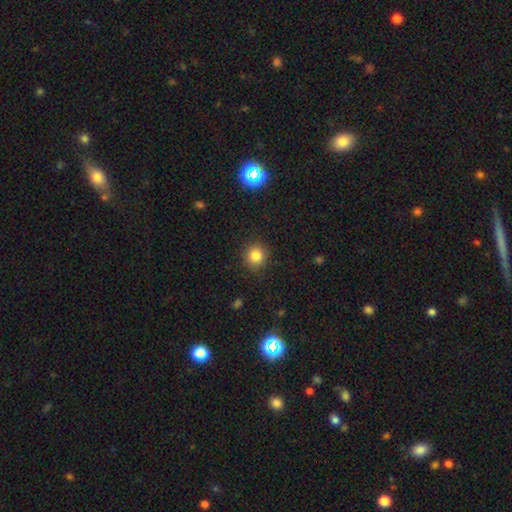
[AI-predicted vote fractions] Q: Smooth or featured?
A: smooth (83%); runner-up: star or artifact (12%)
Q: How rounded?
A: round (90%); runner-up: in between (9%)
Q: Merging?
A: none (88%); runner-up: minor disturbance (8%)